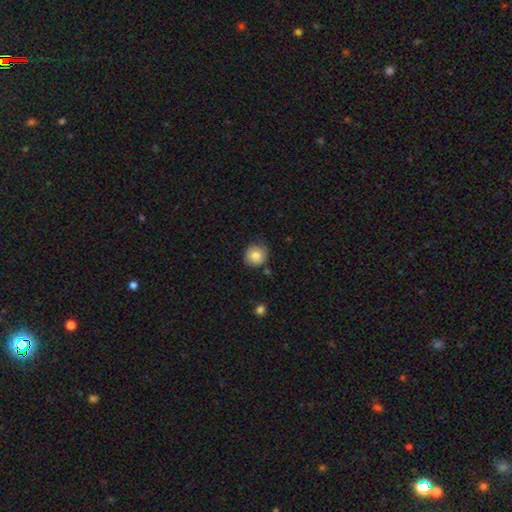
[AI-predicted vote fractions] This is likely a smooth galaxy (79%). How rounded: clearly round (90%). Merging: likely none (74%).